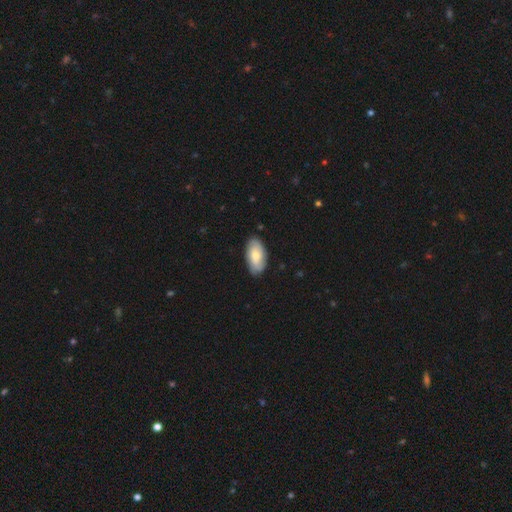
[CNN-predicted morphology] The model was most divided on "smooth or featured": smooth: 55%, featured or disk: 39%, star or artifact: 6%. More confident: how rounded — in between (93%); merging — none (81%).